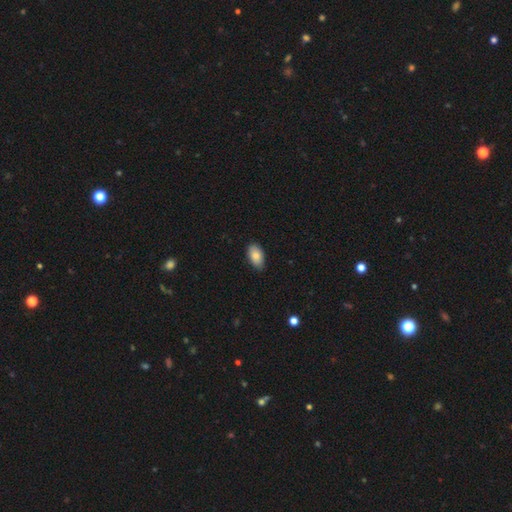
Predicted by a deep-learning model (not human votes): Morphology: type=smooth (84%); roundness=in between (94%); merging=none (80%).